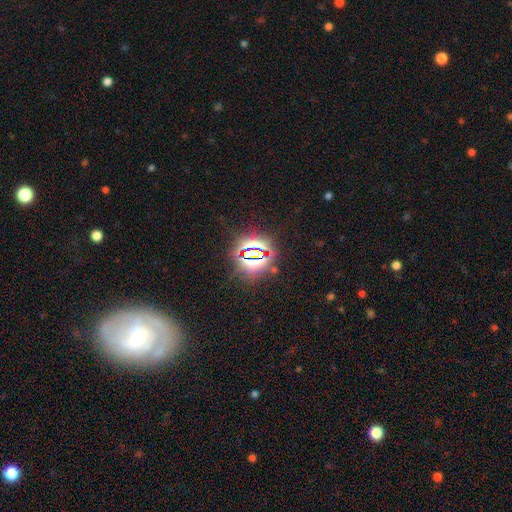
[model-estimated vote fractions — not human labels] Smooth or featured: star or artifact — 79% (smooth — 13%)